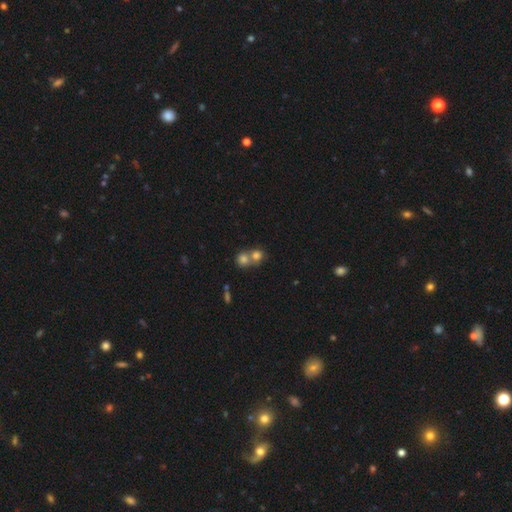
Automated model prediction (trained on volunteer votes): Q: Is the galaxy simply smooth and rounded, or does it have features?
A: smooth — 77%.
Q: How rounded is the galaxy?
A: round — 82%.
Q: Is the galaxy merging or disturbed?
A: merger — 59%.